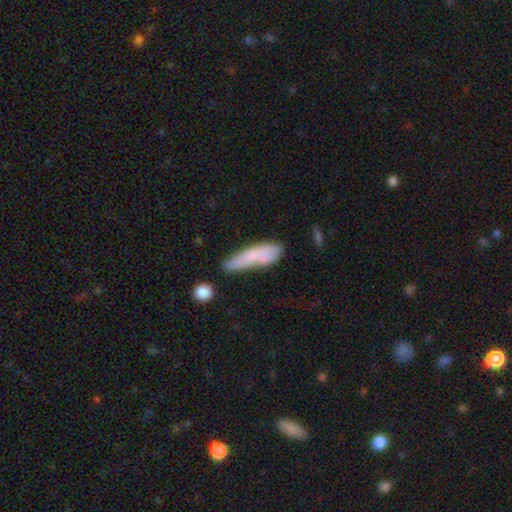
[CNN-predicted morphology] A smooth galaxy with no disk features (73%) that is cigar-shaped (68%). Merging: none (47%).